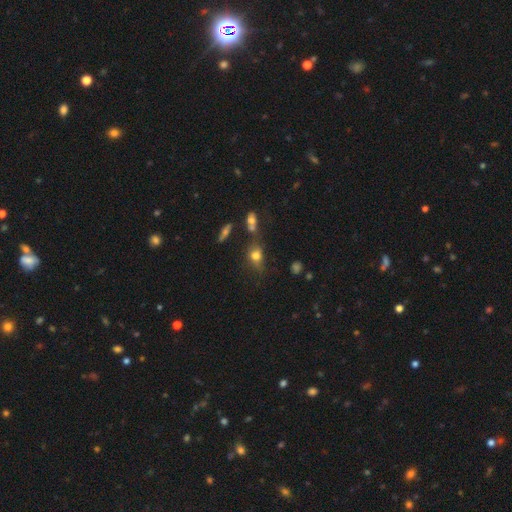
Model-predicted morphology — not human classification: Smooth or featured? smooth (70%)
How rounded? in between (56%)
Merging? none (54%)